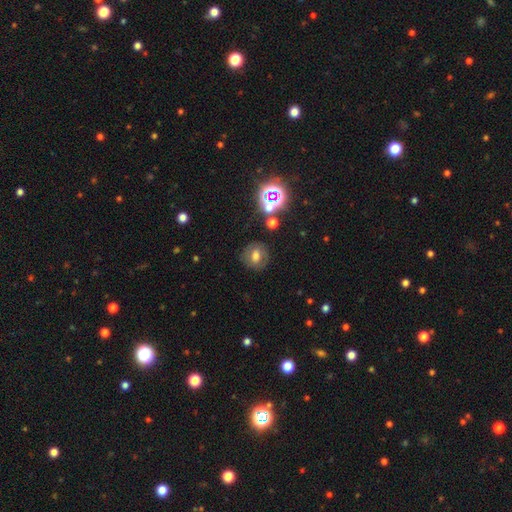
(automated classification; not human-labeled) The model was most divided on "smooth or featured": smooth: 57%, featured or disk: 26%, star or artifact: 17%. More confident: merging — none (81%); how rounded — round (80%).